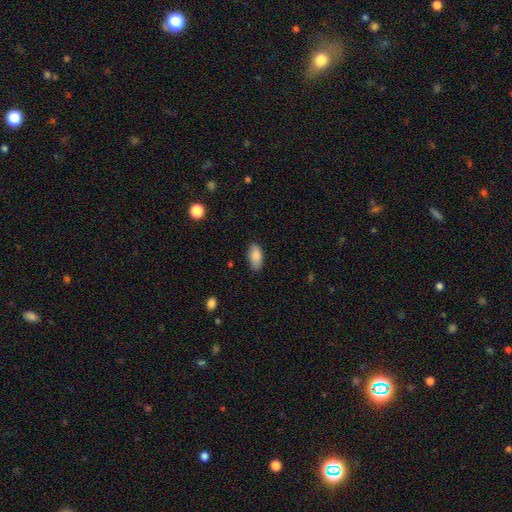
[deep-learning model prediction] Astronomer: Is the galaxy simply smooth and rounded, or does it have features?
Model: smooth — 86%.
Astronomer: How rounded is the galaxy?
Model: in between — 91%.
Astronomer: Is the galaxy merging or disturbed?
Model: none — 83%.